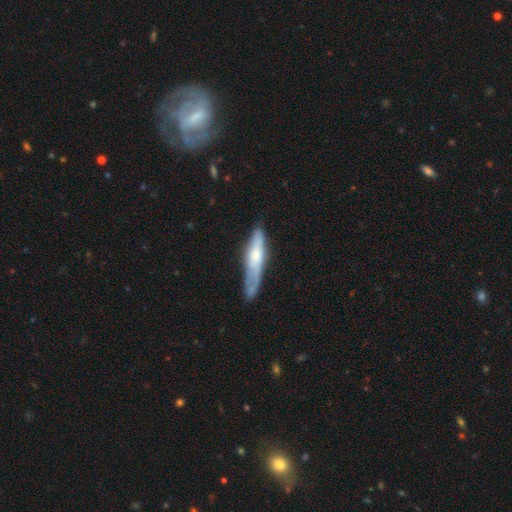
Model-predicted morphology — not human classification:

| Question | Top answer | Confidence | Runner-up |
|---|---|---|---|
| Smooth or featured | smooth | 51% | featured or disk (44%) |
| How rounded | cigar-shaped | 78% | in between (21%) |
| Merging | none | 55% | minor disturbance (31%) |